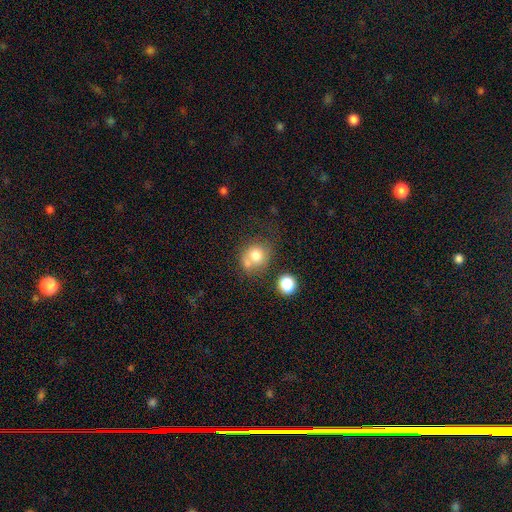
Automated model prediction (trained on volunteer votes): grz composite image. It shows a smooth galaxy with no disk features (74%) that is round (78%). Merging: none (44%).